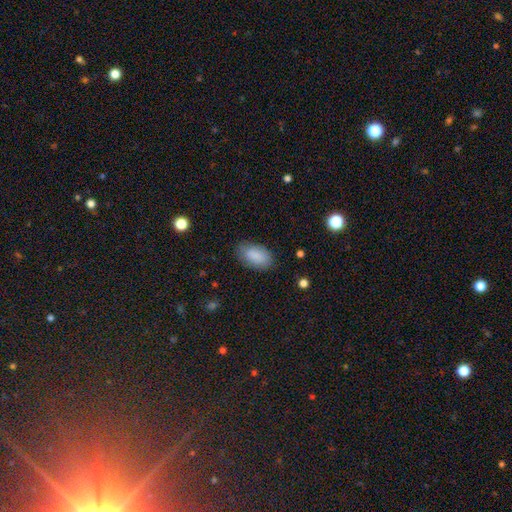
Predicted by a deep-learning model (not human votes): Smooth or featured? smooth (88%)
How rounded? in between (94%)
Merging? none (82%)